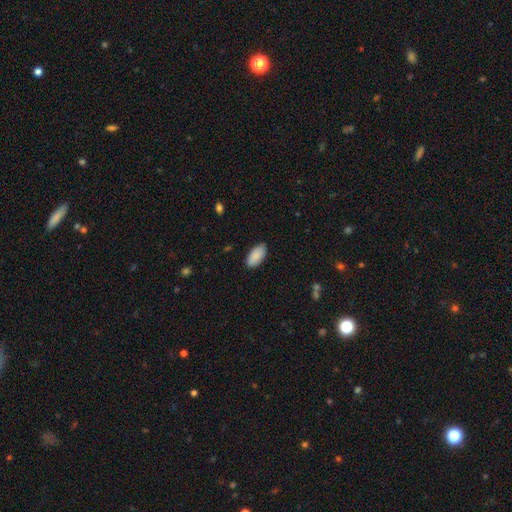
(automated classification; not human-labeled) smooth 89%, star or artifact 6%, featured or disk 5%. Down the decision tree: how rounded — in between (94%); merging — none (85%).